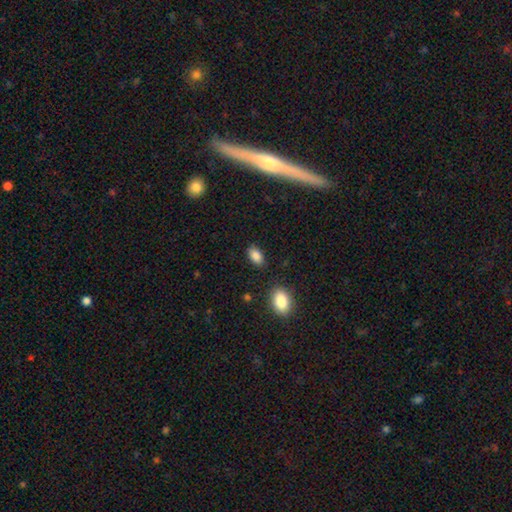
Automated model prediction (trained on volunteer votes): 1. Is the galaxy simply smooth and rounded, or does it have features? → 87% smooth, 8% star or artifact, 5% featured or disk.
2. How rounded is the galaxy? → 92% in between, 6% round, 2% cigar-shaped.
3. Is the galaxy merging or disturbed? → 84% none, 11% minor disturbance, 3% major disturbance, 2% merger.